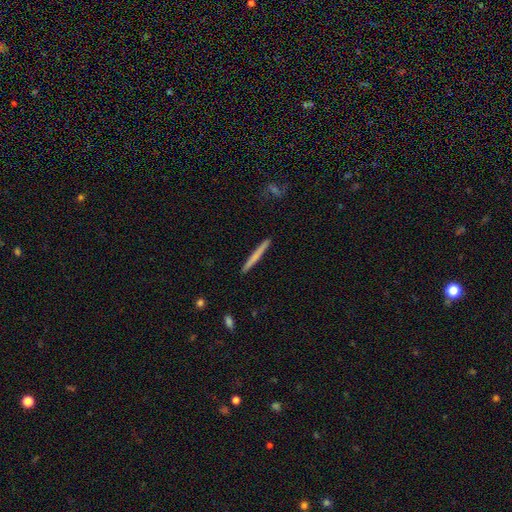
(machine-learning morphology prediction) Smooth or featured? Predicted: smooth (p=0.60). How rounded? Predicted: cigar-shaped (p=0.97). Merging? Predicted: none (p=0.92).